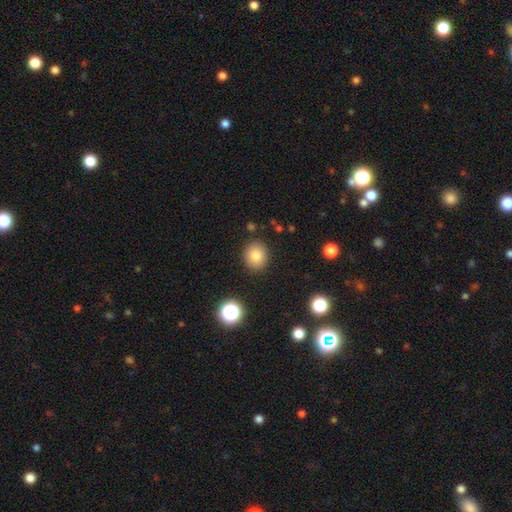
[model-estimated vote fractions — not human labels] smooth 82%, star or artifact 11%, featured or disk 7%. Down the decision tree: how rounded — round (78%); merging — none (88%).